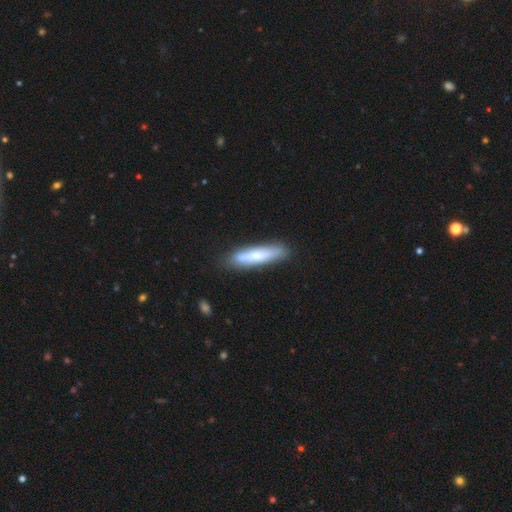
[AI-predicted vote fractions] smooth_or_featured: smooth (p=0.64) [alt: featured or disk p=0.30]
how_rounded: cigar-shaped (p=0.86) [alt: in between p=0.13]
merging: none (p=0.82) [alt: minor disturbance p=0.13]